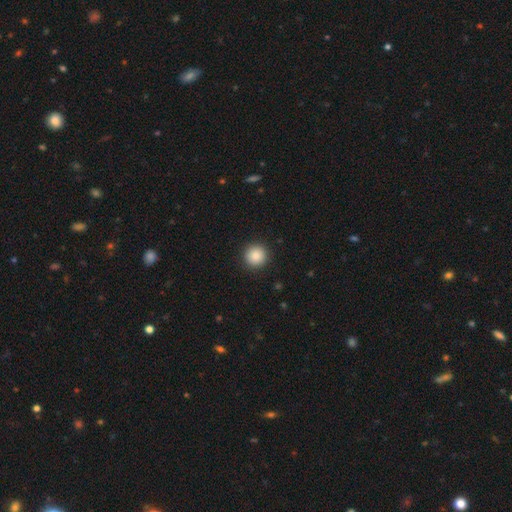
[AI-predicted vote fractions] The model was most divided on "smooth or featured": smooth: 86%, star or artifact: 9%, featured or disk: 4%. More confident: how rounded — round (96%); merging — none (93%).